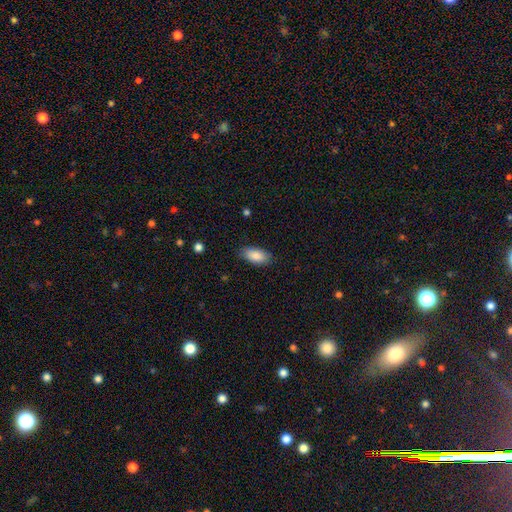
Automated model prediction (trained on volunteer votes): smooth-or-featured: smooth: 88% | star or artifact: 6% | featured or disk: 6%
  how-rounded: in between: 90% | cigar-shaped: 7% | round: 2%
  merging: none: 85% | minor disturbance: 11% | major disturbance: 3% | merger: 1%